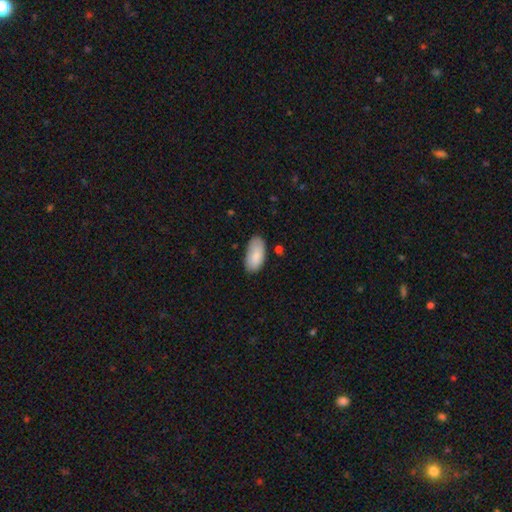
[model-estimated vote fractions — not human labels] Smooth or featured? smooth (85%)
How rounded? in between (95%)
Merging? none (73%)